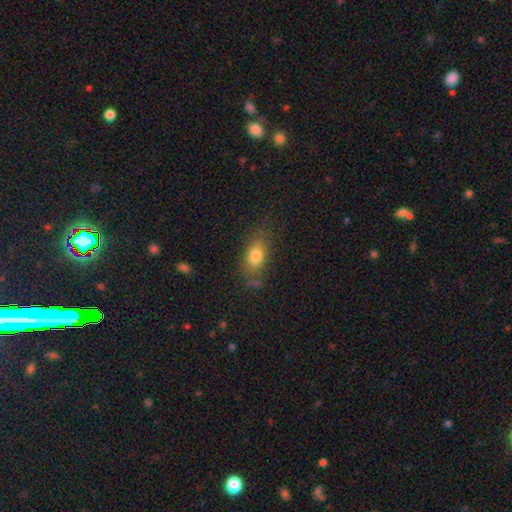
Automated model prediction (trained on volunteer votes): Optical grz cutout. It shows a smooth galaxy with no disk features (79%) that is in between round and cigar-shaped (83%). Merging: none (72%).